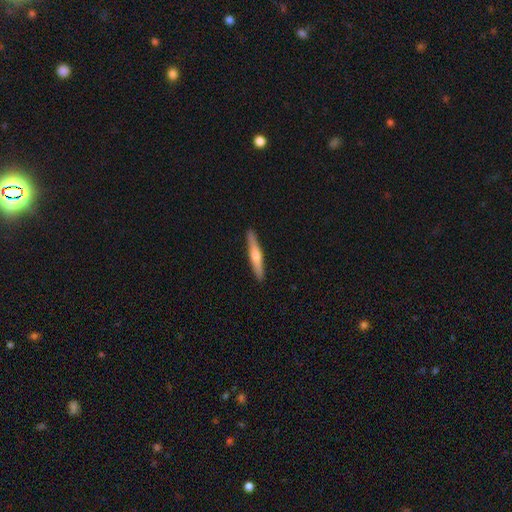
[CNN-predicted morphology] smooth-or-featured: featured or disk: 54% | smooth: 41% | star or artifact: 5%
  disk-edge-on: yes: 96% | no: 4%
    edge-on-bulge: rounded: 82% | none: 12% | boxy: 6%
  merging: none: 92% | minor disturbance: 6% | major disturbance: 1% | merger: 1%